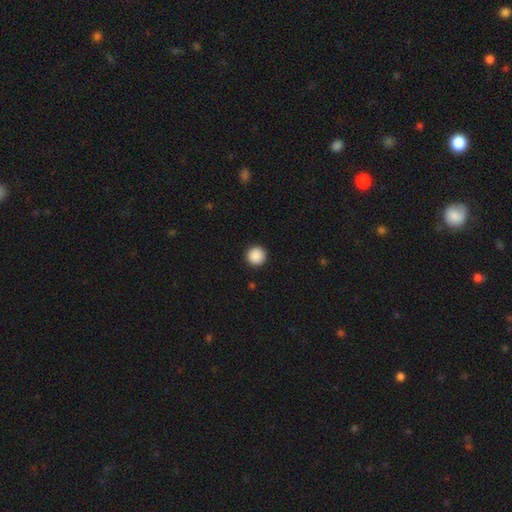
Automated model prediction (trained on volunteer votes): smooth_or_featured: smooth (p=0.89) [alt: star or artifact p=0.09]
how_rounded: round (p=0.96) [alt: in between p=0.03]
merging: none (p=0.93) [alt: minor disturbance p=0.04]